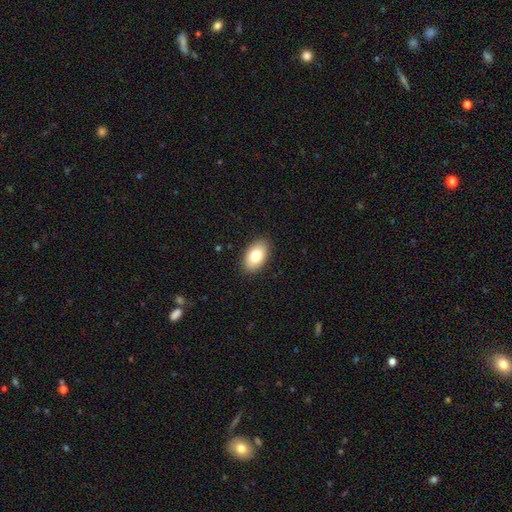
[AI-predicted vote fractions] This is likely a smooth galaxy (80%). How rounded: clearly in between (92%). Merging: clearly none (89%).